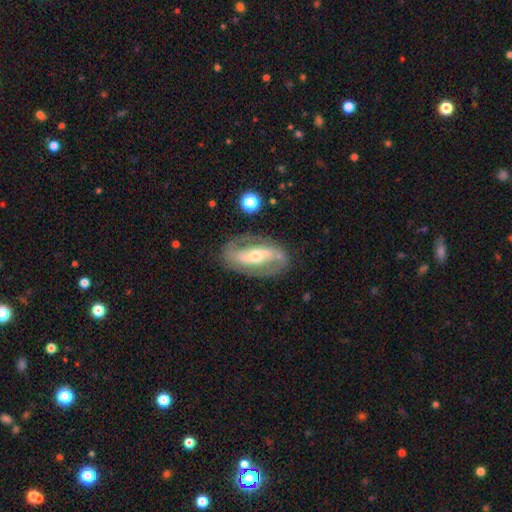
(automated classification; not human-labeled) featured or disk 82%, smooth 13%, star or artifact 5%. Down the decision tree: edge-on disk — no (93%); bar — strong (53%); spiral arms — yes (84%); spiral arm count — 2 (87%); spiral winding — medium (47%); bulge size — moderate (57%); merging — none (80%).